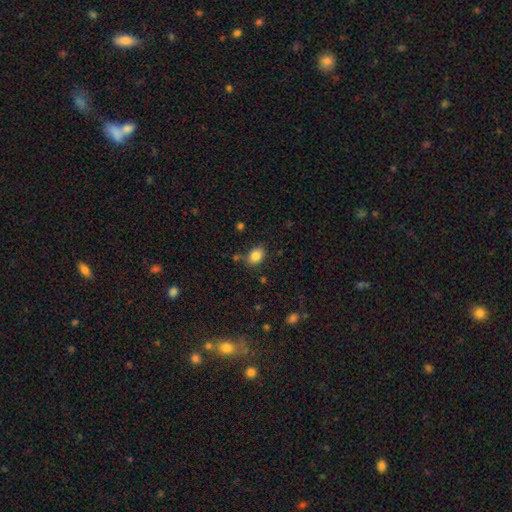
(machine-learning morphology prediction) smooth-or-featured: smooth: 84% | star or artifact: 10% | featured or disk: 7%
  how-rounded: in between: 69% | round: 30% | cigar-shaped: 1%
  merging: none: 75% | minor disturbance: 15% | merger: 6% | major disturbance: 4%